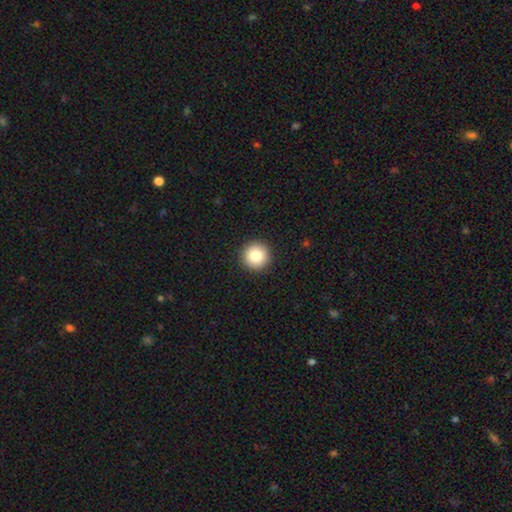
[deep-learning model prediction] smooth_or_featured: smooth (p=0.84) [alt: star or artifact p=0.09]
how_rounded: round (p=0.96) [alt: in between p=0.03]
merging: none (p=0.93) [alt: minor disturbance p=0.04]